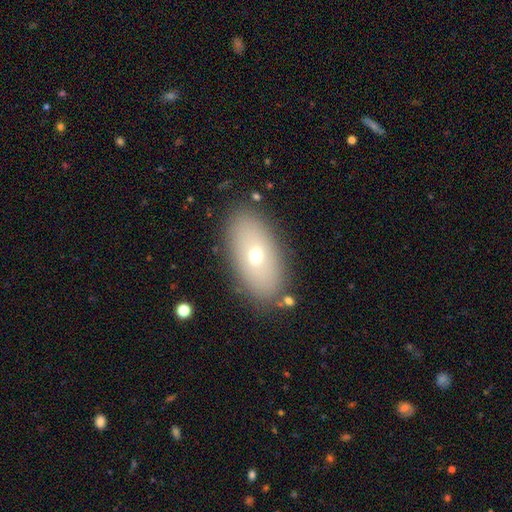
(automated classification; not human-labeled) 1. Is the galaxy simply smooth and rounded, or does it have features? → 64% smooth, 26% featured or disk, 10% star or artifact.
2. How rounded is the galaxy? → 90% in between, 6% round, 4% cigar-shaped.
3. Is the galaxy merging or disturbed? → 84% none, 10% minor disturbance, 4% major disturbance, 2% merger.